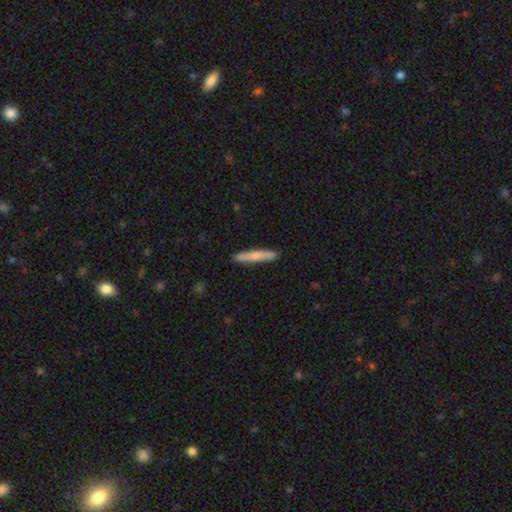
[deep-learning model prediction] smooth_or_featured: smooth (p=0.66) [alt: featured or disk p=0.29]
how_rounded: cigar-shaped (p=0.94) [alt: in between p=0.05]
merging: none (p=0.88) [alt: minor disturbance p=0.09]